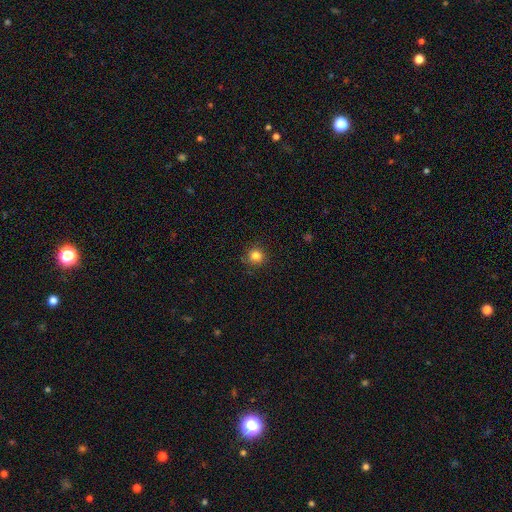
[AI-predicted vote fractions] Smooth or featured: smooth — 83% (star or artifact — 12%)
How rounded: round — 92% (in between — 7%)
Merging: none — 86% (minor disturbance — 10%)